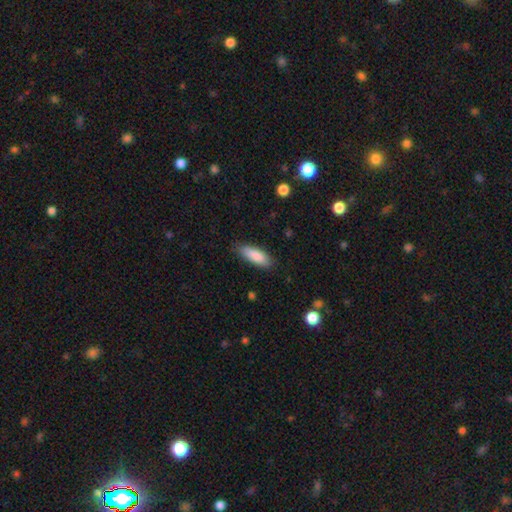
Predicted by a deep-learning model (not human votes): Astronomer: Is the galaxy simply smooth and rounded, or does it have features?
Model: smooth — 87%.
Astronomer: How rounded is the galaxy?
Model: in between — 58% (runner-up: cigar-shaped, 40%).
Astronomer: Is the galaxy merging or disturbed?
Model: none — 83%.